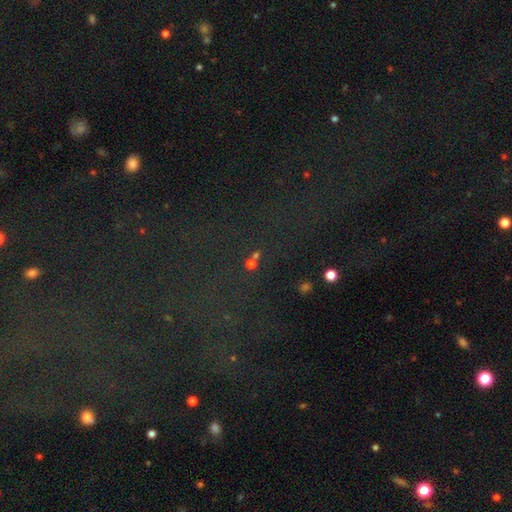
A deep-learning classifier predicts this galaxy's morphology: Q: Smooth or featured?
A: star or artifact (63%); runner-up: smooth (26%)